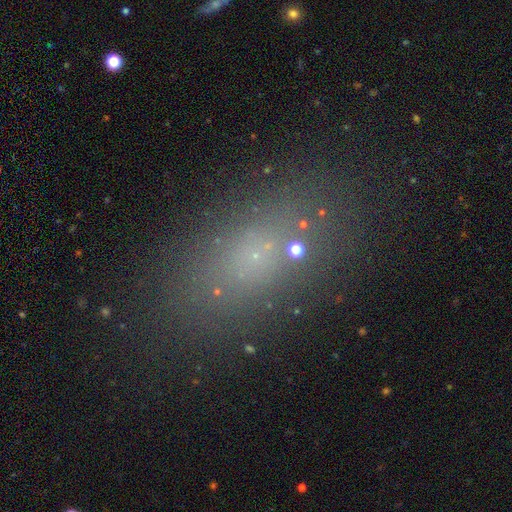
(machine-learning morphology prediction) smooth_or_featured: smooth (p=0.63) [alt: star or artifact p=0.22]
how_rounded: in between (p=0.80) [alt: cigar-shaped p=0.10]
merging: none (p=0.80) [alt: minor disturbance p=0.12]